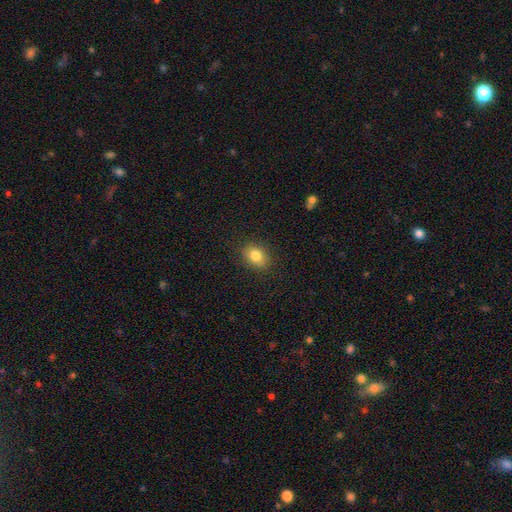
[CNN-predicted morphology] Smooth or featured? smooth (82%)
How rounded? in between (65%)
Merging? none (88%)